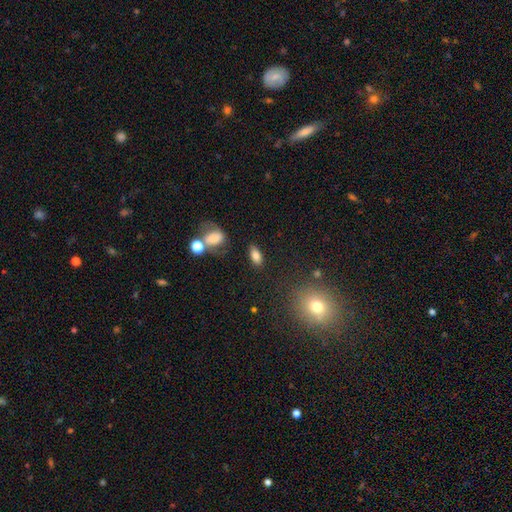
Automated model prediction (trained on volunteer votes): This appears to be a smooth galaxy with no disk features (80%) that is in between round and cigar-shaped (86%). Merging: none (79%).